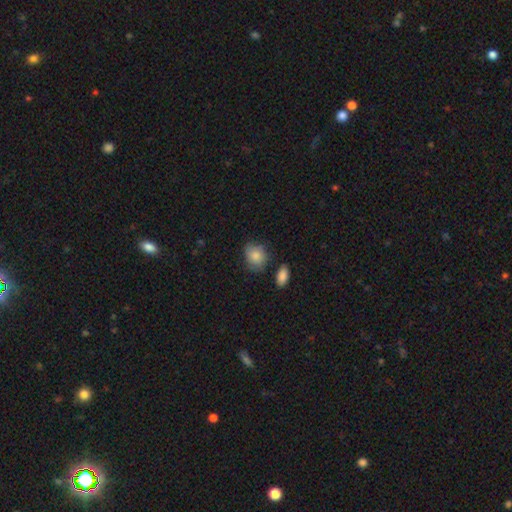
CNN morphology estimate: smooth 83%, featured or disk 10%, star or artifact 7%. Down the decision tree: how rounded — round (60%); merging — none (67%).